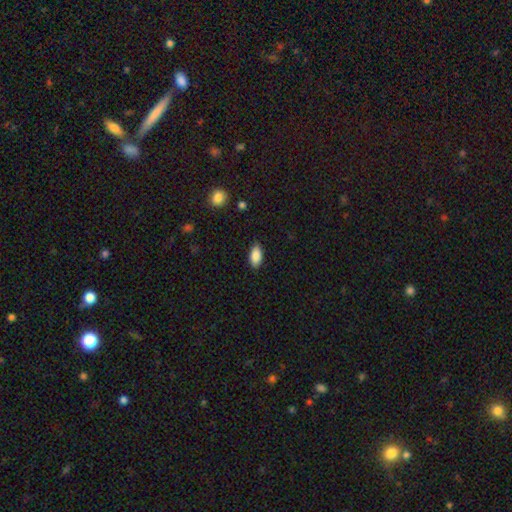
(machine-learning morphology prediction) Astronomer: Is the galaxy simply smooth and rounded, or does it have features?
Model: smooth — 88%.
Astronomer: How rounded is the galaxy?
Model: in between — 92%.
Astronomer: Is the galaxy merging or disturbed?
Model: none — 85%.